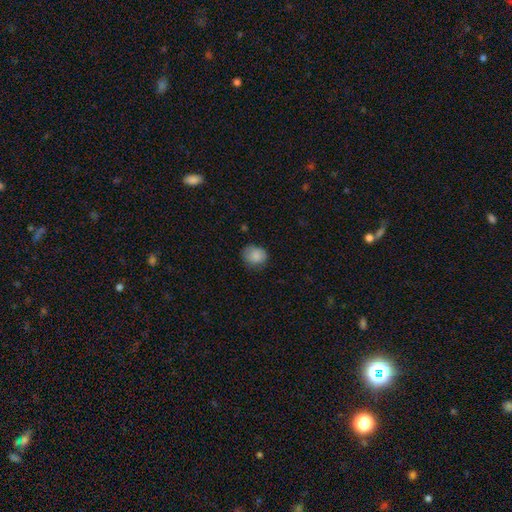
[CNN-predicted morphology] type=smooth (87%); roundness=round (71%); merging=none (73%).